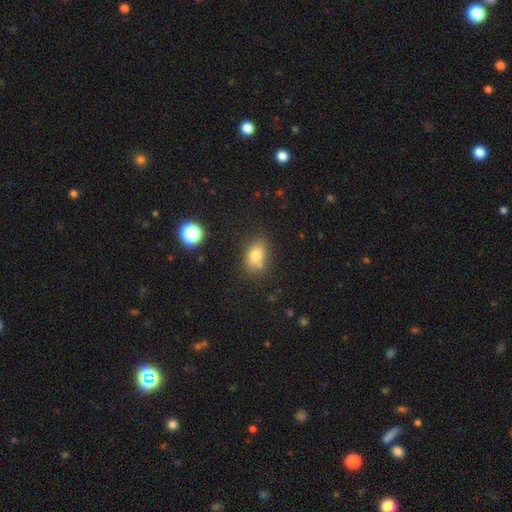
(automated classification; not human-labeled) smooth-or-featured: smooth: 77% | star or artifact: 12% | featured or disk: 11%
  how-rounded: in between: 78% | round: 20% | cigar-shaped: 2%
  merging: none: 69% | minor disturbance: 16% | merger: 11% | major disturbance: 4%